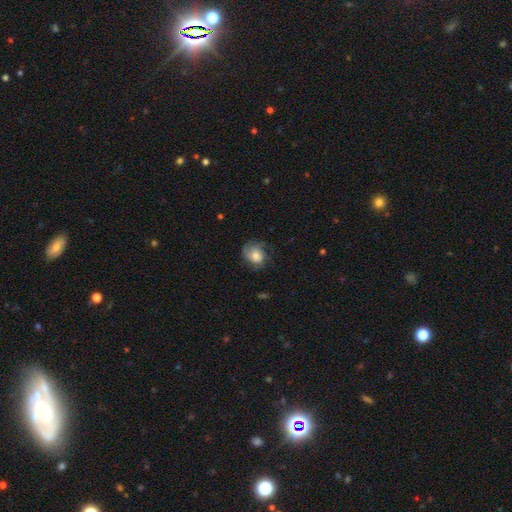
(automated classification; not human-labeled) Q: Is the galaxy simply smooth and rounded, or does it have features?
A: smooth — 62%.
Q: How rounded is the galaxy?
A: round — 54%.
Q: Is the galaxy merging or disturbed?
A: none — 56%.